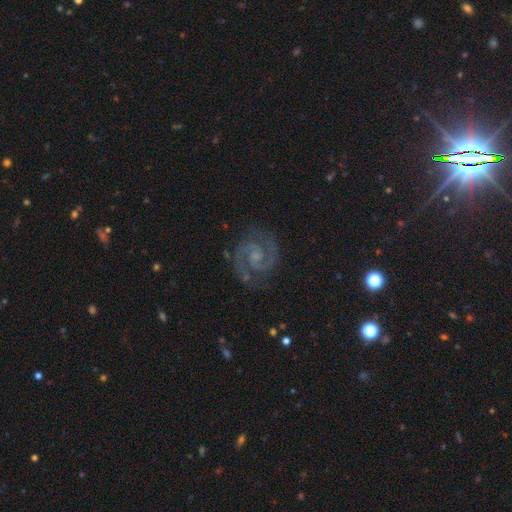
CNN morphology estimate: A featured or disk galaxy (91%) with no bar (46%), 2 (93%) medium (52%) spiral arms (99%) and a small central bulge (46%).

Vote fractions:
- Smooth or featured? featured or disk: 91% / star or artifact: 5% / smooth: 3%
- Edge-on disk? no: 98% / yes: 2%
- Bar? no: 46% / weak: 44% / strong: 10%
- Spiral arms? yes: 99% / no: 1%
- Spiral winding? medium: 52% / tight: 42% / loose: 6%
- Spiral arm count? 2: 93% / 3: 2% / can't tell: 2% / 1: 1% / 4: 1% / more than 4: 1%
- Bulge size? small: 46% / moderate: 26% / none: 24% / large: 2% / dominant: 1%
- Merging? none: 82% / minor disturbance: 13% / major disturbance: 4% / merger: 1%